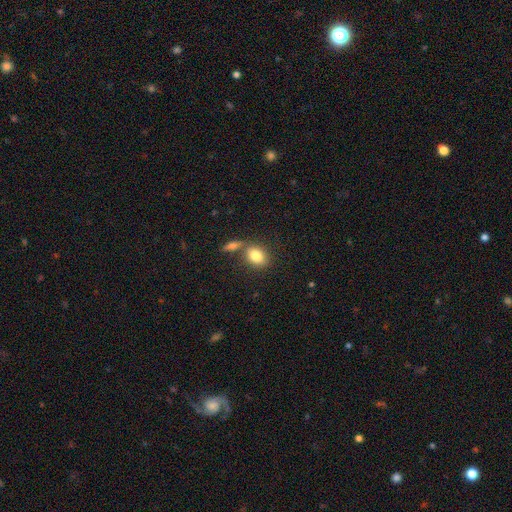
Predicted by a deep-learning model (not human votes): Smooth or featured? smooth (82%)
How rounded? in between (64%)
Merging? none (54%)